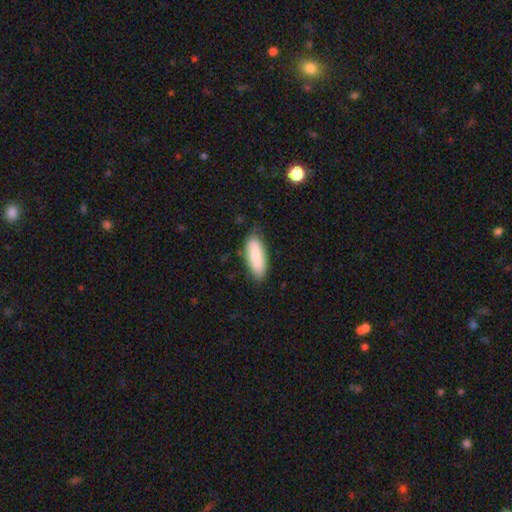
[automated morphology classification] The model was most divided on "how rounded": in between: 74%, cigar-shaped: 24%, round: 2%. More confident: smooth or featured — smooth (79%); merging — none (76%).